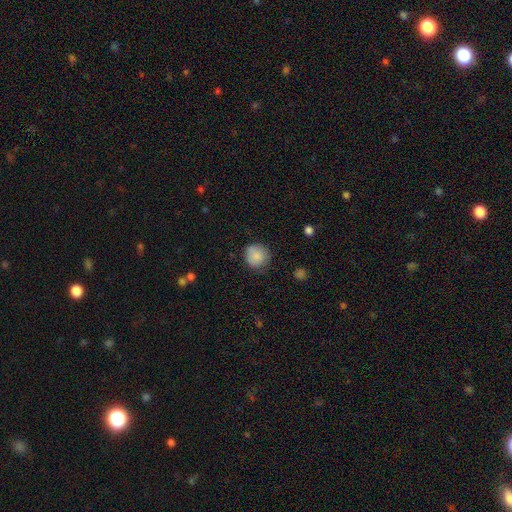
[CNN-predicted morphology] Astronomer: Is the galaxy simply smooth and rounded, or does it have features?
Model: smooth — 85%.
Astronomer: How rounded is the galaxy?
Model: round — 92%.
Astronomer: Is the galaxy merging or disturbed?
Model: none — 78%.